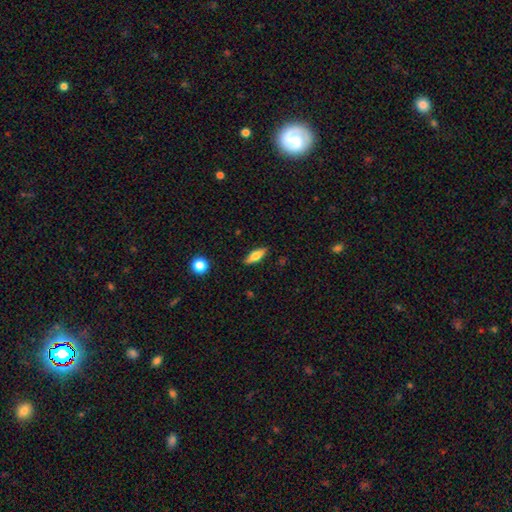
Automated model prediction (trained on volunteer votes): smooth-or-featured: smooth: 64% | featured or disk: 29% | star or artifact: 7%
  how-rounded: in between: 59% | cigar-shaped: 38% | round: 3%
  merging: none: 87% | minor disturbance: 9% | major disturbance: 2% | merger: 1%